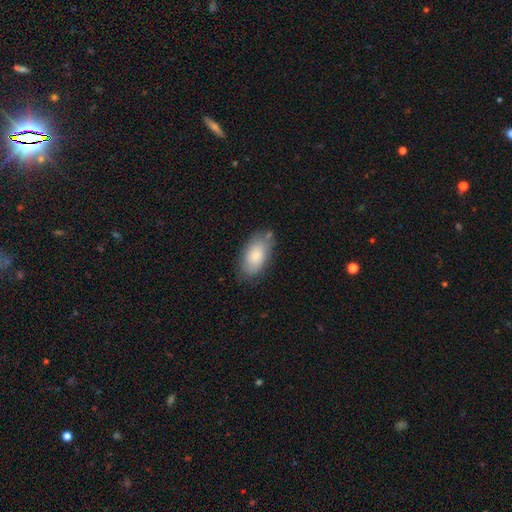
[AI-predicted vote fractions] Q: Smooth or featured?
A: smooth (77%); runner-up: featured or disk (17%)
Q: How rounded?
A: in between (93%); runner-up: cigar-shaped (3%)
Q: Merging?
A: none (71%); runner-up: minor disturbance (21%)